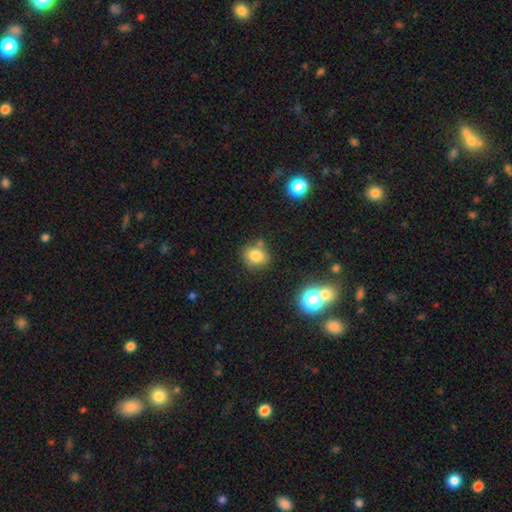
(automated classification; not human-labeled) Smooth or featured: smooth — 80% (star or artifact — 12%)
How rounded: round — 56% (in between — 43%)
Merging: none — 72% (minor disturbance — 15%)